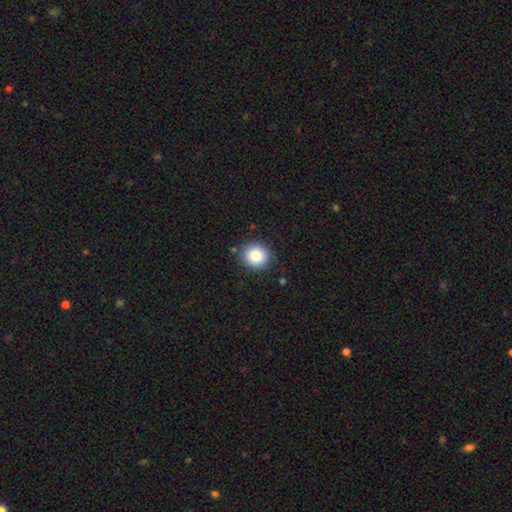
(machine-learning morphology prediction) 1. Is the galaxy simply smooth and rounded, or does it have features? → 83% smooth, 10% star or artifact, 7% featured or disk.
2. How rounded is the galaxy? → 89% round, 10% in between, 1% cigar-shaped.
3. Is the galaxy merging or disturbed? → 88% none, 8% minor disturbance, 2% major disturbance, 2% merger.